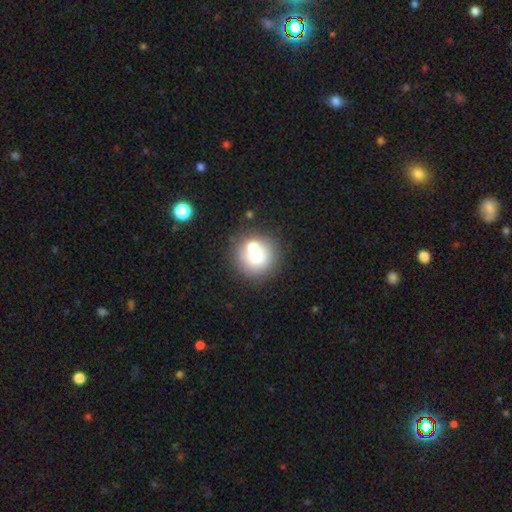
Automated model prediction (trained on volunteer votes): Smooth or featured? Predicted: smooth (p=0.70). How rounded? Predicted: round (p=0.93). Merging? Predicted: none (p=0.62).